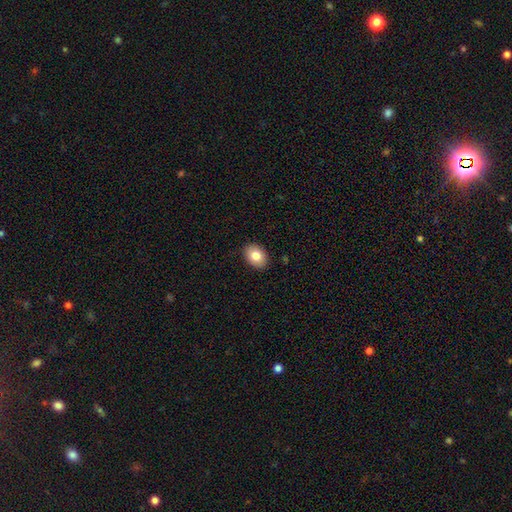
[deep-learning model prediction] Smooth or featured? smooth (83%)
How rounded? in between (74%)
Merging? none (90%)